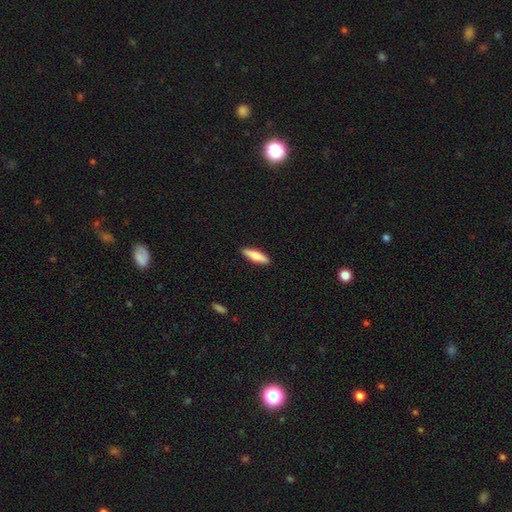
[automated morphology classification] Q: Smooth or featured?
A: smooth (70%); runner-up: featured or disk (24%)
Q: How rounded?
A: cigar-shaped (66%); runner-up: in between (32%)
Q: Merging?
A: none (90%); runner-up: minor disturbance (7%)